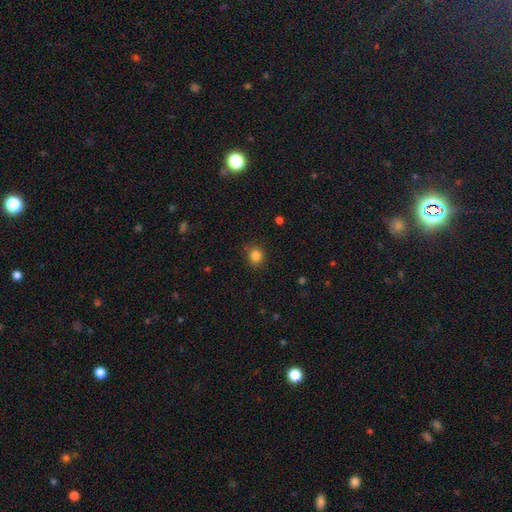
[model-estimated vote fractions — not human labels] A smooth galaxy with no disk features (84%) that is round (79%).

Vote fractions:
- Smooth or featured? smooth: 84% / star or artifact: 12% / featured or disk: 5%
- How rounded? round: 79% / in between: 20% / cigar-shaped: 1%
- Merging? none: 86% / minor disturbance: 10% / major disturbance: 3% / merger: 1%